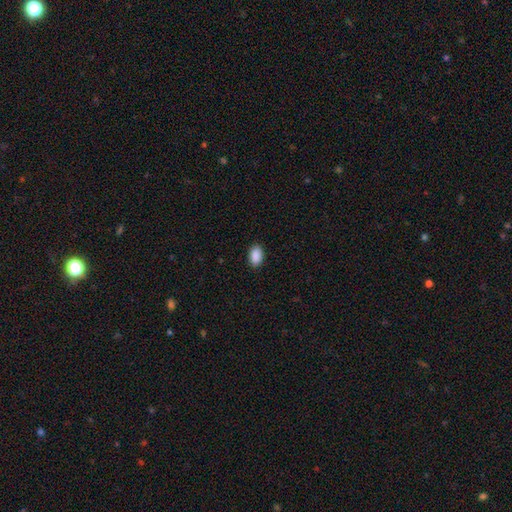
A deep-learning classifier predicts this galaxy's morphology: type=smooth (90%); roundness=in between (91%); merging=none (89%).